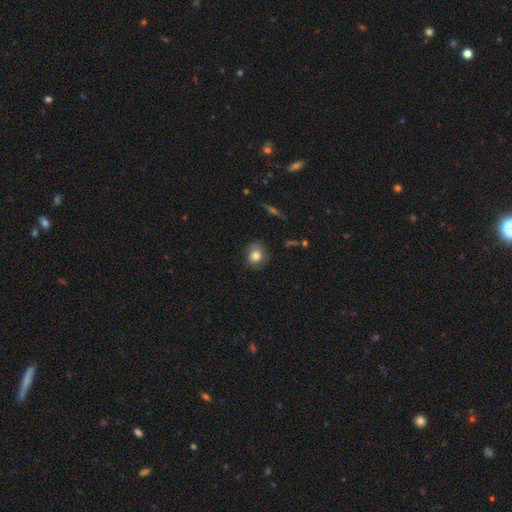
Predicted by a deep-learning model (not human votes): Smooth or featured? smooth (79%)
How rounded? round (71%)
Merging? none (75%)